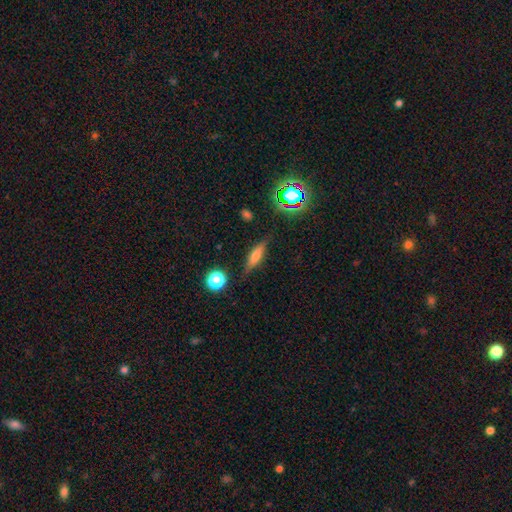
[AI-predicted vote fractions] Smooth or featured?
  - smooth: 50% *
  - featured or disk: 37%
  - star or artifact: 13%
How rounded?
  - cigar-shaped: 66% *
  - in between: 29%
  - round: 5%
Merging?
  - none: 80% *
  - minor disturbance: 14%
  - major disturbance: 4%
  - merger: 2%